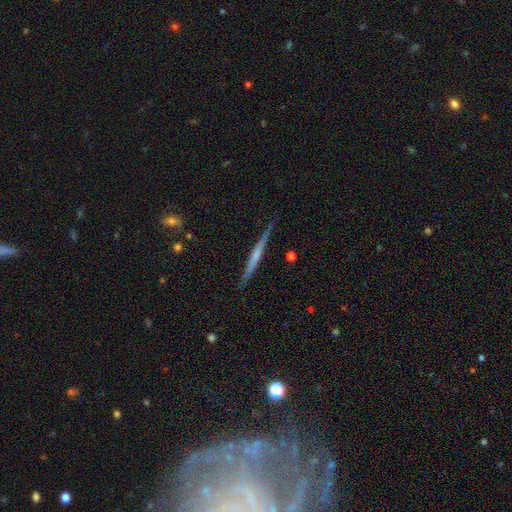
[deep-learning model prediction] Smooth or featured?
  - featured or disk: 65% *
  - smooth: 30%
  - star or artifact: 6%
Edge-on disk?
  - yes: 98% *
  - no: 2%
Edge-on bulge?
  - none: 58% *
  - rounded: 31%
  - boxy: 12%
Merging?
  - none: 88% *
  - minor disturbance: 9%
  - major disturbance: 2%
  - merger: 1%